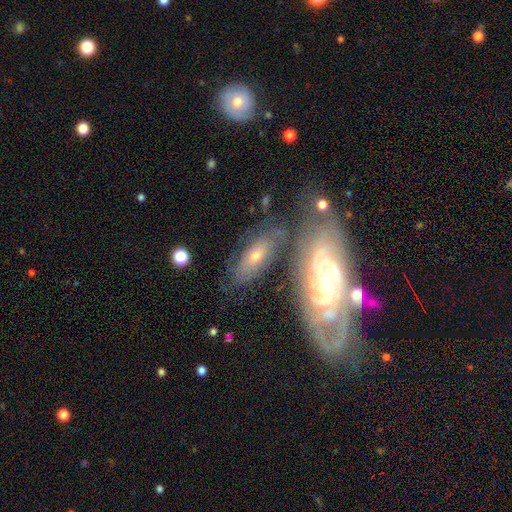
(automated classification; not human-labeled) Smooth or featured?
  - featured or disk: 63% *
  - smooth: 29%
  - star or artifact: 8%
Edge-on disk?
  - no: 85% *
  - yes: 15%
Bar?
  - no: 64% *
  - weak: 27%
  - strong: 9%
Spiral arms?
  - yes: 84% *
  - no: 16%
Bulge size?
  - moderate: 50% *
  - small: 45%
  - large: 3%
  - none: 2%
  - dominant: 1%
Merging?
  - none: 55% *
  - minor disturbance: 19%
  - merger: 18%
  - major disturbance: 8%